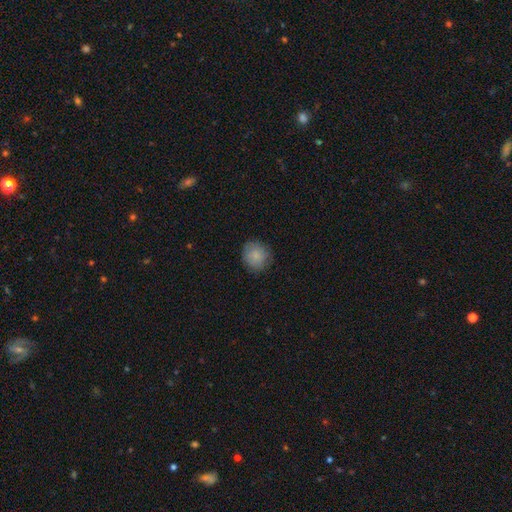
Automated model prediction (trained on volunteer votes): Overall: smooth (85%). How rounded: round (85%). Merging: none (82%).